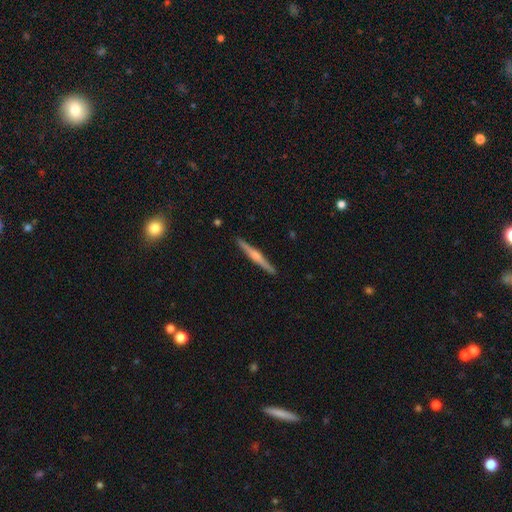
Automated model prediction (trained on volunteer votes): Q: Smooth or featured?
A: featured or disk (70%); runner-up: smooth (25%)
Q: Edge-on disk?
A: yes (98%); runner-up: no (2%)
Q: Edge-on bulge?
A: rounded (76%); runner-up: boxy (13%)
Q: Merging?
A: none (92%); runner-up: minor disturbance (6%)